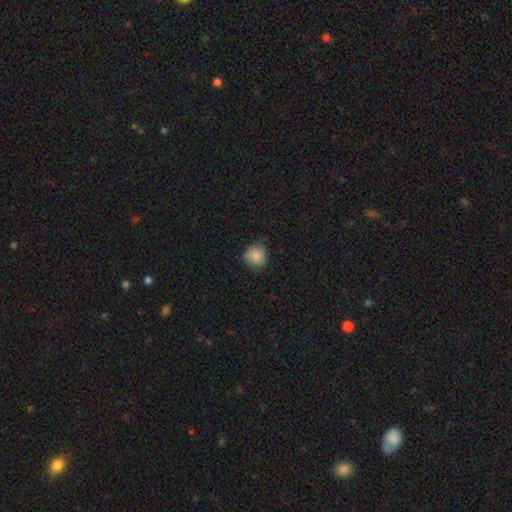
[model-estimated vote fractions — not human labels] Smooth or featured: smooth — 84% (star or artifact — 9%)
How rounded: round — 86% (in between — 13%)
Merging: none — 76% (minor disturbance — 20%)